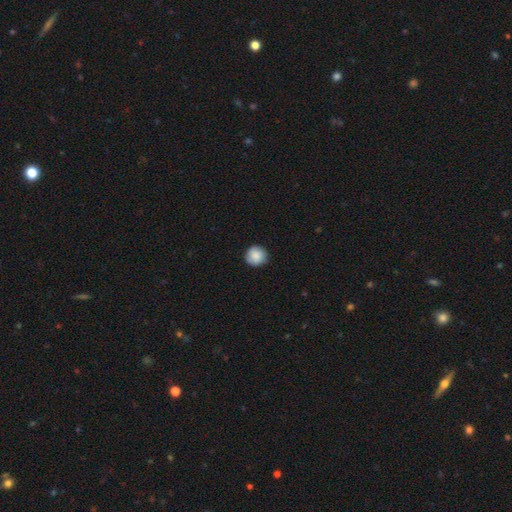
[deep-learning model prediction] This is clearly a smooth galaxy (87%). How rounded: clearly round (94%). Merging: clearly none (87%).